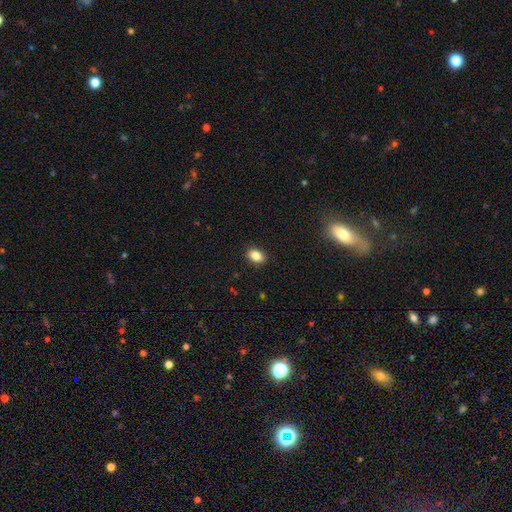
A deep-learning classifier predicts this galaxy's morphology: A smooth galaxy with no disk features (85%) that is in between round and cigar-shaped (76%). Merging: none (89%).